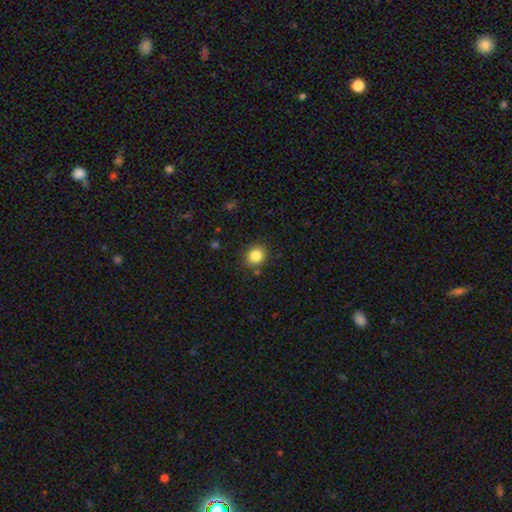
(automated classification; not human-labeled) Smooth or featured: smooth — 84% (star or artifact — 11%)
How rounded: round — 84% (in between — 15%)
Merging: none — 85% (minor disturbance — 9%)